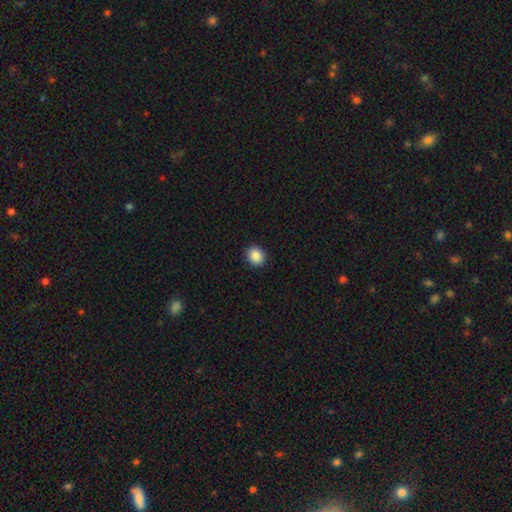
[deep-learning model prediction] Morphology: type=smooth (87%); roundness=round (80%); merging=none (92%).